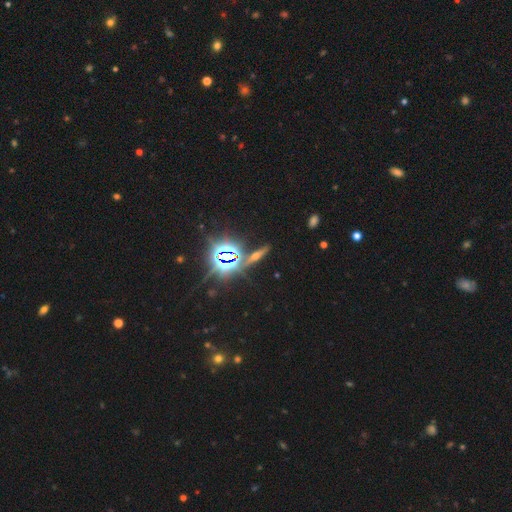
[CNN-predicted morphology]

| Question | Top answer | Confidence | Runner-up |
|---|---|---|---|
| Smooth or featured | star or artifact | 45% | featured or disk (31%) |